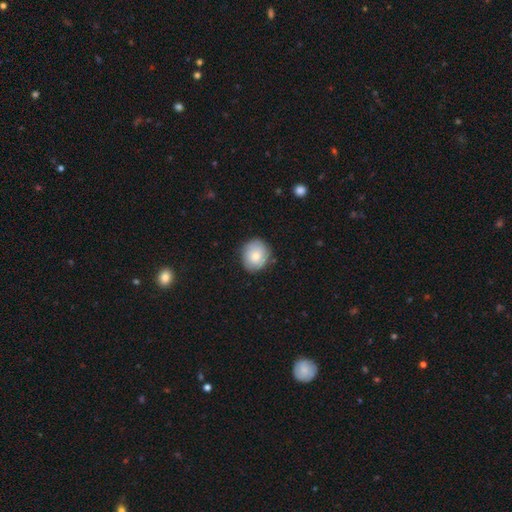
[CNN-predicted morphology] Smooth or featured?
  - smooth: 76% *
  - featured or disk: 16%
  - star or artifact: 7%
How rounded?
  - round: 79% *
  - in between: 20%
  - cigar-shaped: 1%
Merging?
  - none: 83% *
  - minor disturbance: 13%
  - major disturbance: 3%
  - merger: 1%